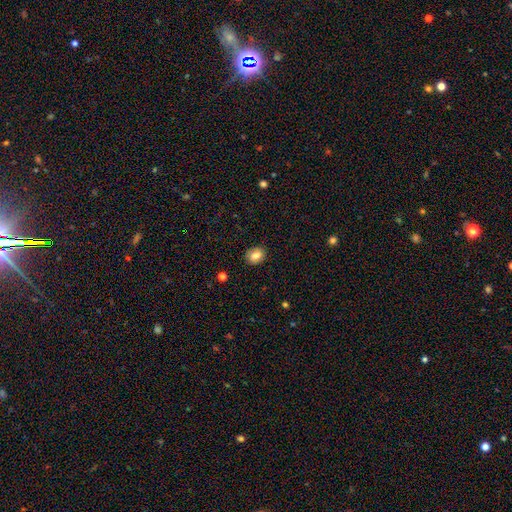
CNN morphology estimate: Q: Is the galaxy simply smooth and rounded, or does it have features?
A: smooth — 81%.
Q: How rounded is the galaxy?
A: round — 54%.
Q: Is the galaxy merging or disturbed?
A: none — 88%.